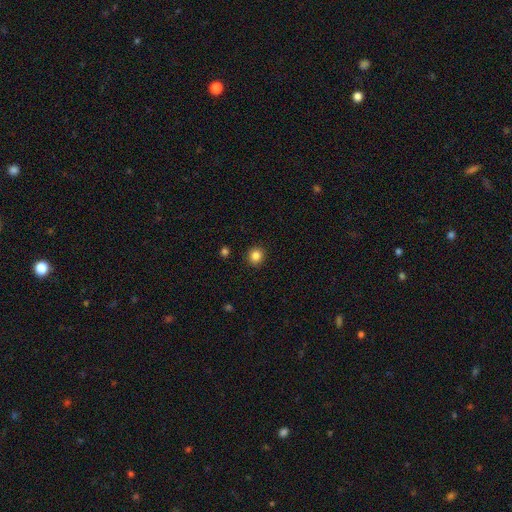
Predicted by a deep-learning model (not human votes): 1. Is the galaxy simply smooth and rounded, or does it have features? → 85% smooth, 11% star or artifact, 4% featured or disk.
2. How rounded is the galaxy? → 88% round, 11% in between, 1% cigar-shaped.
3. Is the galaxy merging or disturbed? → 91% none, 6% minor disturbance, 2% major disturbance, 1% merger.